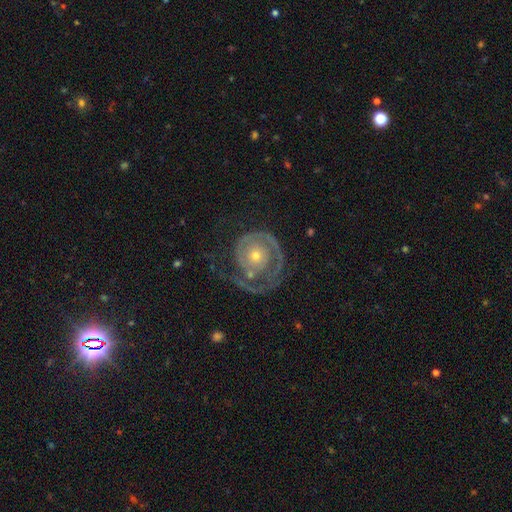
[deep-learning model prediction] Smooth or featured?
  - featured or disk: 83% *
  - smooth: 12%
  - star or artifact: 5%
Edge-on disk?
  - no: 98% *
  - yes: 2%
Bar?
  - no: 84% *
  - weak: 13%
  - strong: 3%
Spiral arms?
  - yes: 87% *
  - no: 13%
Spiral winding?
  - tight: 70% *
  - medium: 21%
  - loose: 10%
Spiral arm count?
  - 1: 57% *
  - 2: 20%
  - can't tell: 14%
  - 3: 5%
  - 4: 2%
  - more than 4: 2%
Bulge size?
  - small: 60% *
  - moderate: 35%
  - large: 2%
  - none: 1%
  - dominant: 1%
Merging?
  - none: 50% *
  - major disturbance: 29%
  - minor disturbance: 18%
  - merger: 3%